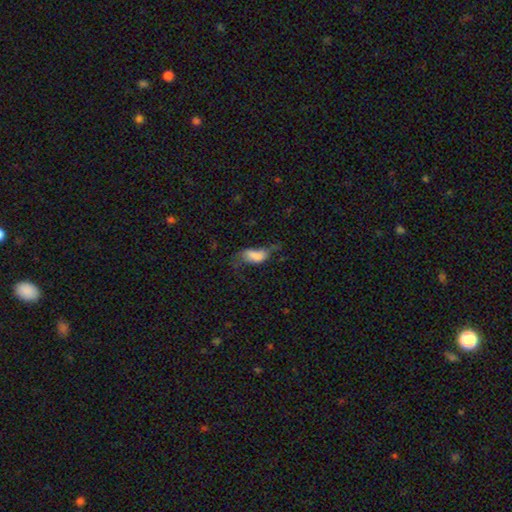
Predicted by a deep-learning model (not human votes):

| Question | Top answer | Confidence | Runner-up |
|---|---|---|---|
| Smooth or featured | smooth | 58% | featured or disk (32%) |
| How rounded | in between | 88% | cigar-shaped (8%) |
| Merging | major disturbance | 46% | none (26%) |